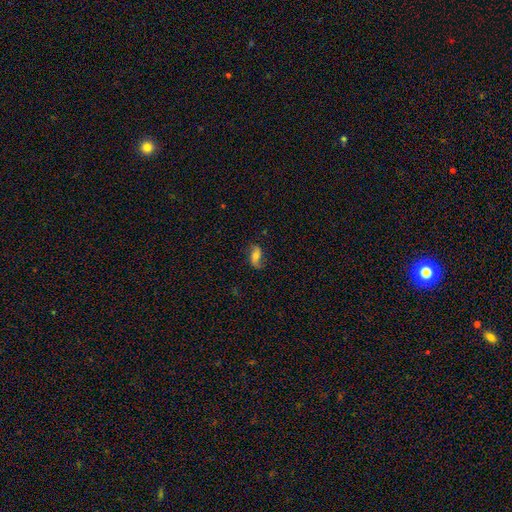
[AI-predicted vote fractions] Morphology: type=featured or disk (46%); merging=none (73%).